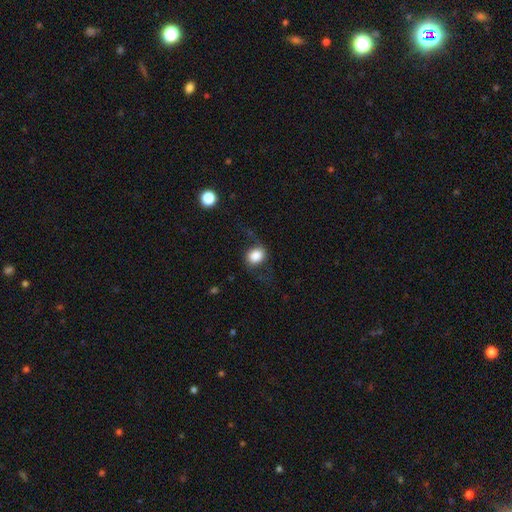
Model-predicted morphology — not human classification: smooth_or_featured: smooth (p=0.67) [alt: featured or disk p=0.24]
how_rounded: round (p=0.57) [alt: in between p=0.41]
merging: none (p=0.55) [alt: major disturbance p=0.22]